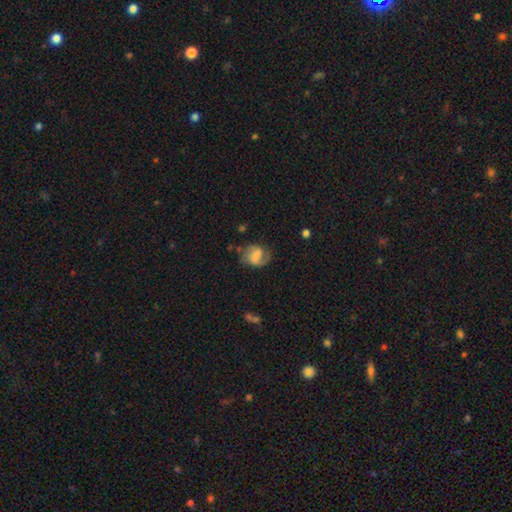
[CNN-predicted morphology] smooth_or_featured: featured or disk (p=0.60) [alt: smooth p=0.32]
disk_edge_on: no (p=0.98) [alt: yes p=0.02]
bar: weak (p=0.50) [alt: no p=0.32]
has_spiral_arms: yes (p=0.88) [alt: no p=0.12]
spiral_winding: medium (p=0.46) [alt: loose p=0.33]
spiral_arm_count: 2 (p=0.66) [alt: 1 p=0.25]
bulge_size: none (p=0.32) [alt: moderate p=0.26]
merging: none (p=0.58) [alt: minor disturbance p=0.24]